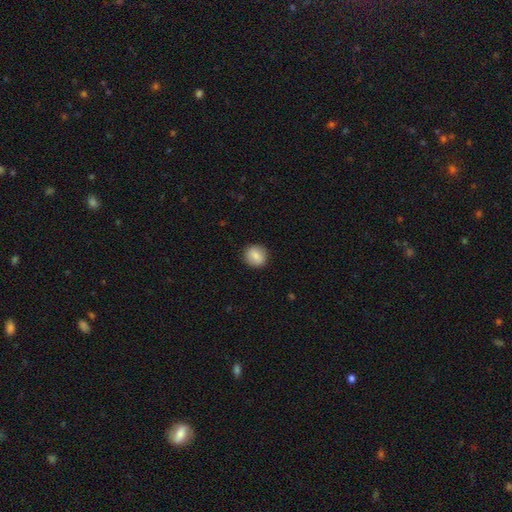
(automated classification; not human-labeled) Smooth or featured? Predicted: smooth (p=0.83). How rounded? Predicted: round (p=0.87). Merging? Predicted: none (p=0.90).